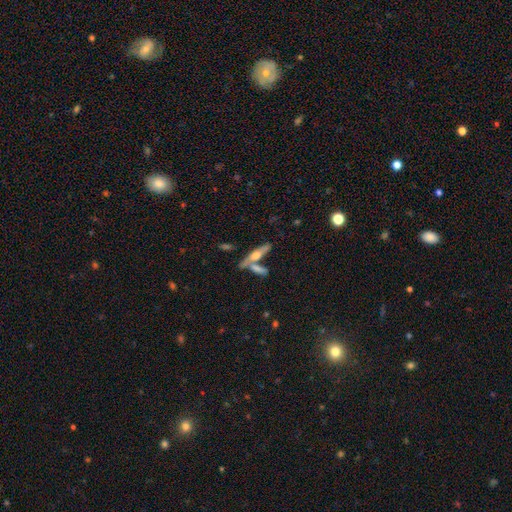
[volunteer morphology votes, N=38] A featured or disk galaxy (74%) viewed edge-on (100%) with a rounded central bulge (96%).

Vote fractions:
- Smooth or featured? featured or disk: 74% / smooth: 21% / star or artifact: 5%
- Edge-on disk? yes: 100% / no: 0%
- Edge-on bulge? rounded: 96% / boxy: 4% / none: 0%
- Merging? none: 69% / minor disturbance: 14% / merger: 14% / major disturbance: 3%